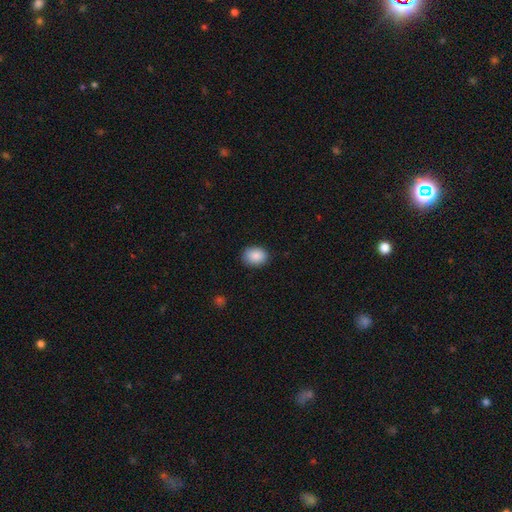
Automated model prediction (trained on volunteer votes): Smooth or featured? Predicted: smooth (p=0.89). How rounded? Predicted: in between (p=0.64). Merging? Predicted: none (p=0.86).